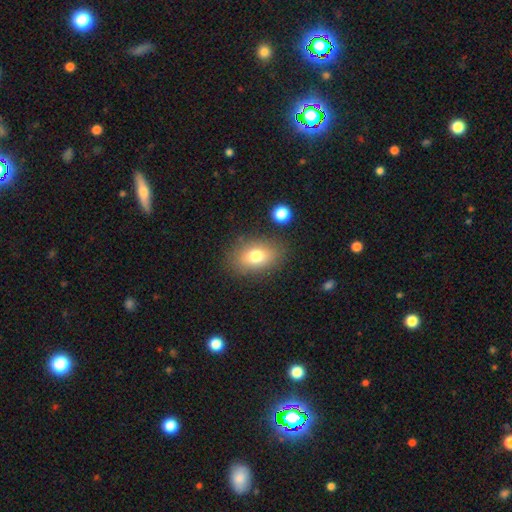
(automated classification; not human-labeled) smooth 77%, featured or disk 13%, star or artifact 10%. Down the decision tree: how rounded — in between (81%); merging — none (82%).